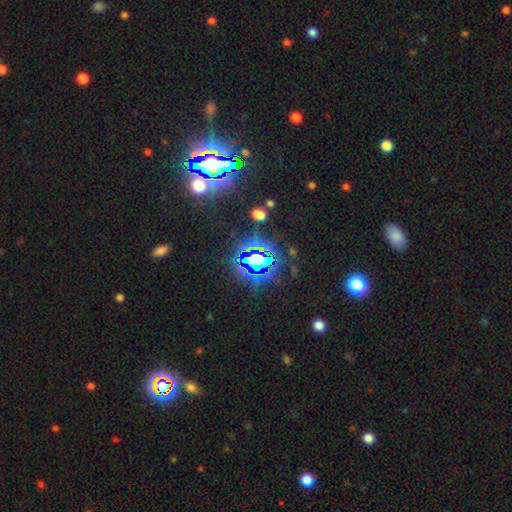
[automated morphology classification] Overall: star or artifact (82%).